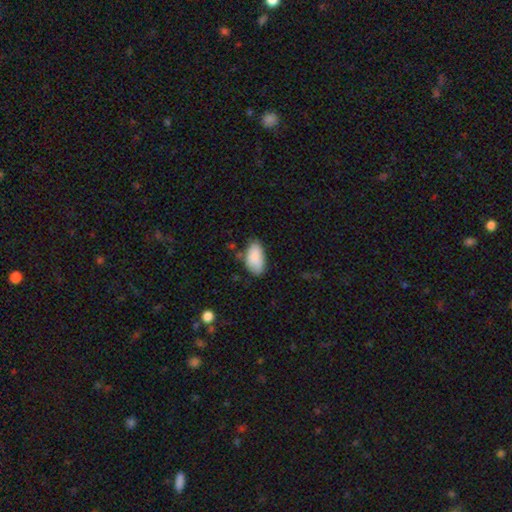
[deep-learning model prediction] This is clearly a smooth galaxy (87%). How rounded: clearly in between (94%). Merging: likely none (64%).